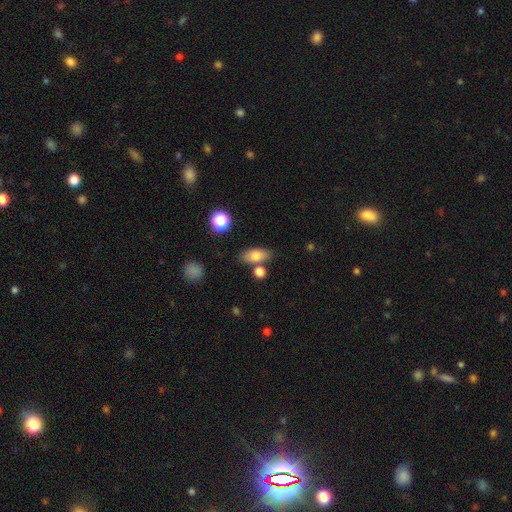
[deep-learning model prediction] Smooth or featured? Predicted: smooth (p=0.77). How rounded? Predicted: in between (p=0.81). Merging? Predicted: none (p=0.71).